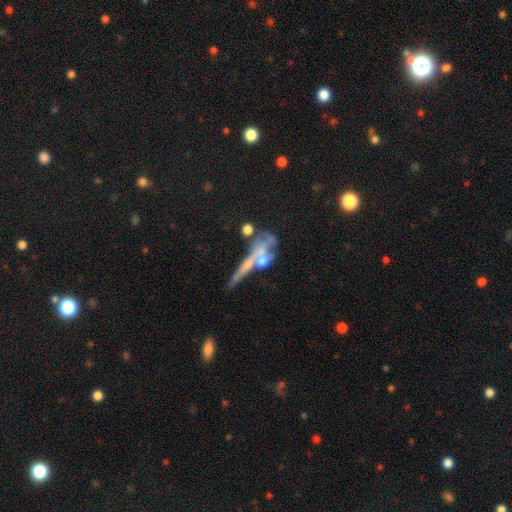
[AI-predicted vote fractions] Morphology: type=featured or disk (55%); edge-on=no (56%); merging=merger (40%).